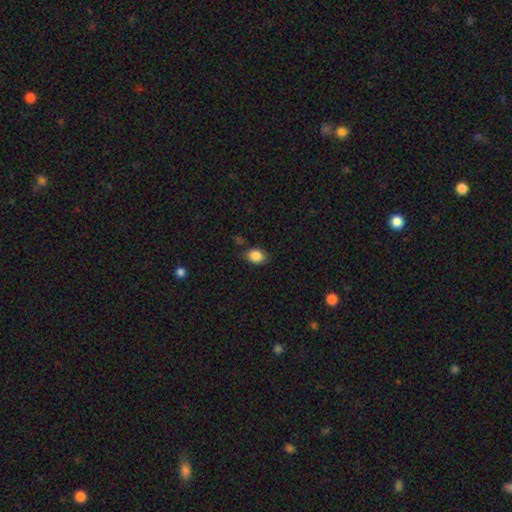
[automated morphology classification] smooth 86%, star or artifact 9%, featured or disk 5%. Down the decision tree: how rounded — in between (62%); merging — none (75%).